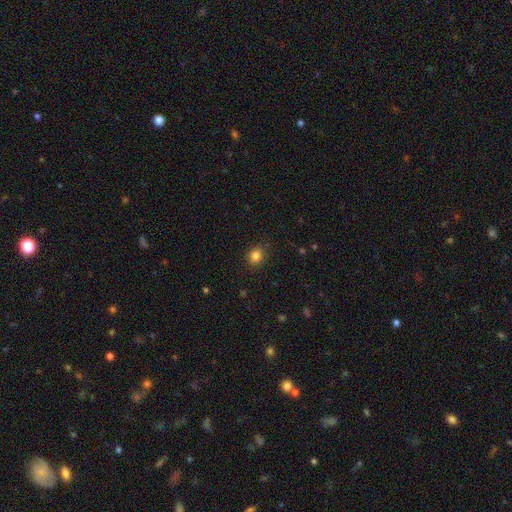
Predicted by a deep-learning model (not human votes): smooth_or_featured: smooth (p=0.83) [alt: star or artifact p=0.12]
how_rounded: round (p=0.75) [alt: in between p=0.24]
merging: none (p=0.88) [alt: minor disturbance p=0.08]